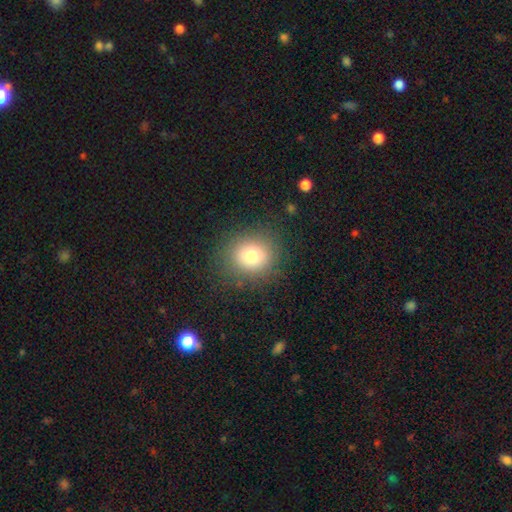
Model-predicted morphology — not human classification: type=smooth (78%); roundness=round (76%); merging=none (86%).